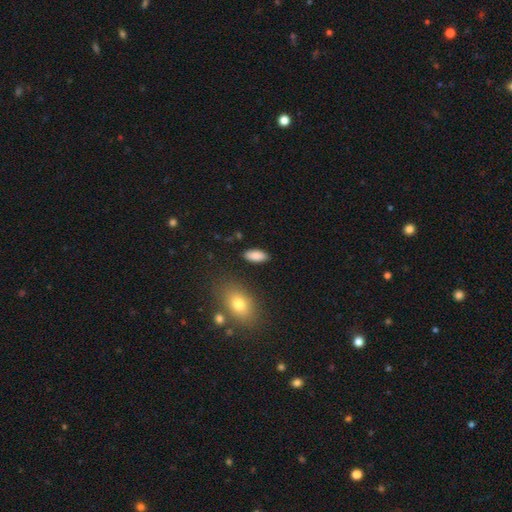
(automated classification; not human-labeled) Smooth or featured?
  - smooth: 87% *
  - star or artifact: 7%
  - featured or disk: 6%
How rounded?
  - in between: 86% *
  - cigar-shaped: 11%
  - round: 2%
Merging?
  - none: 87% *
  - minor disturbance: 9%
  - major disturbance: 2%
  - merger: 2%